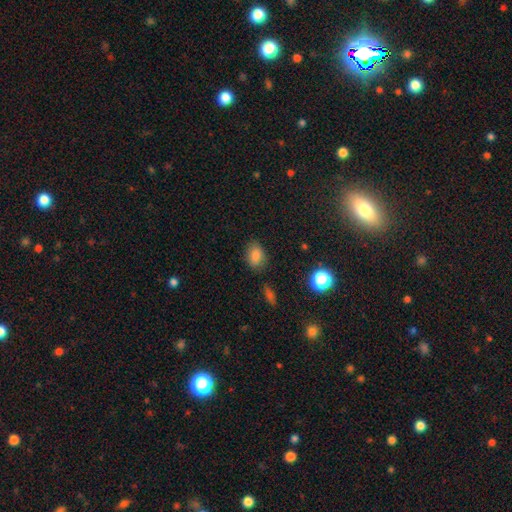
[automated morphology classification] This is clearly a smooth galaxy (82%). How rounded: likely in between (77%). Merging: likely none (79%).